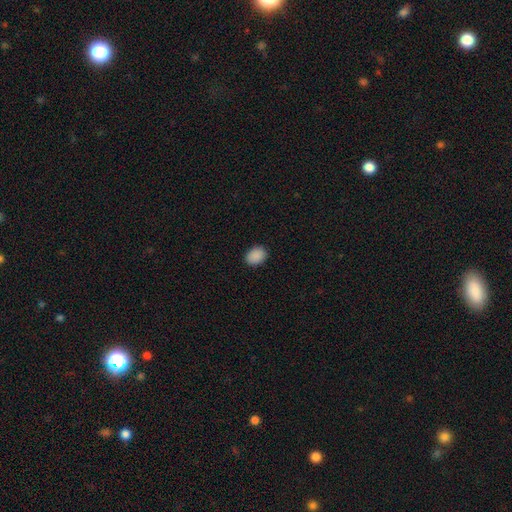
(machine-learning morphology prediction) The model was most divided on "how rounded": in between: 66%, round: 33%, cigar-shaped: 1%. More confident: smooth or featured — smooth (90%); merging — none (88%).